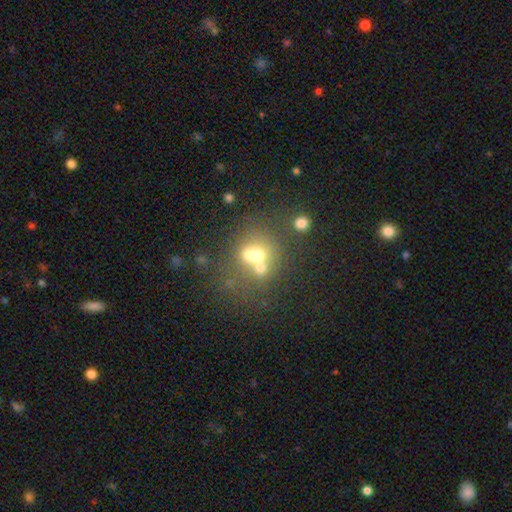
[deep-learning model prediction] A smooth galaxy with no disk features (54%) that is round (71%). Merging: merger (51%).